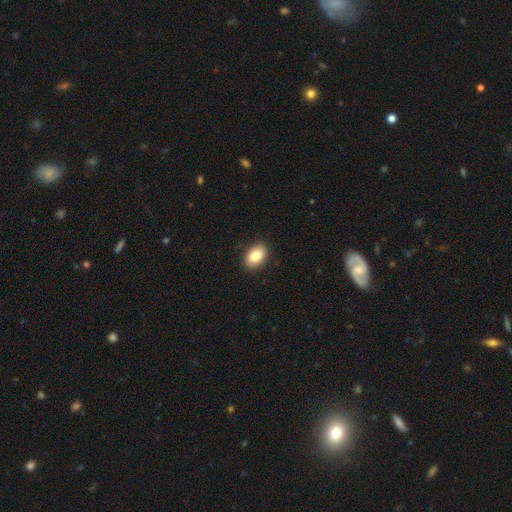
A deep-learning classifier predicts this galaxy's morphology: Smooth or featured? Predicted: smooth (p=0.86). How rounded? Predicted: in between (p=0.90). Merging? Predicted: none (p=0.89).